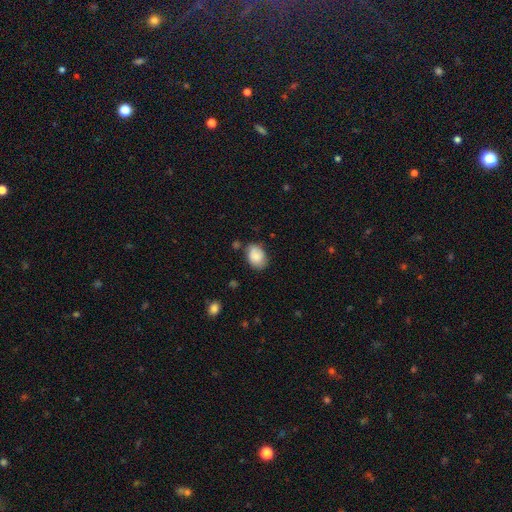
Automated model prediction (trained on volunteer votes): smooth-or-featured: smooth: 81% | featured or disk: 11% | star or artifact: 7%
  how-rounded: in between: 76% | round: 23% | cigar-shaped: 1%
  merging: none: 69% | minor disturbance: 22% | major disturbance: 5% | merger: 4%